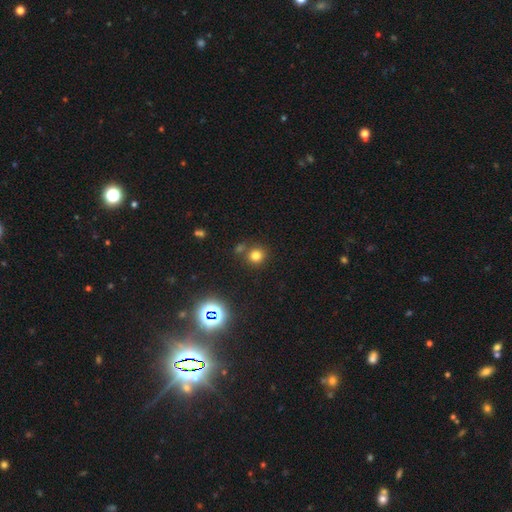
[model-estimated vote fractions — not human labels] Smooth or featured: smooth — 75% (star or artifact — 19%)
How rounded: round — 90% (in between — 9%)
Merging: none — 74% (merger — 14%)